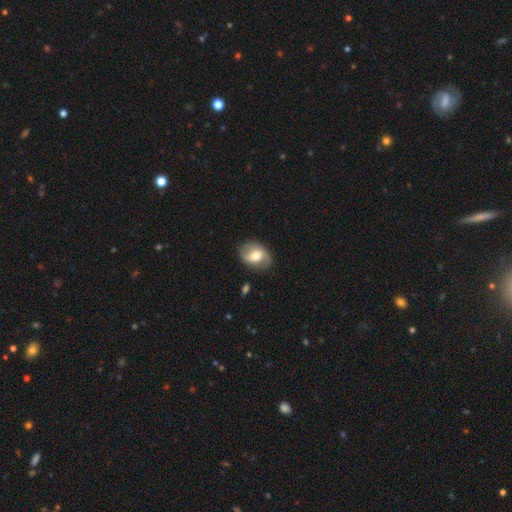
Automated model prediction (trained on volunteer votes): A featured or disk galaxy (48%).

Vote fractions:
- Smooth or featured? featured or disk: 48% / smooth: 45% / star or artifact: 7%
- Merging? none: 77% / minor disturbance: 16% / major disturbance: 5% / merger: 2%